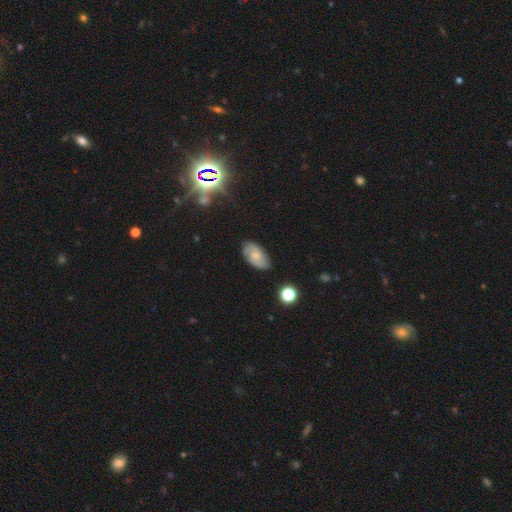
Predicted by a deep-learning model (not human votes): This appears to be a featured or disk galaxy (54%) with no bar (62%), spiral arms (89%) and a small central bulge (53%). Merging: none (78%).